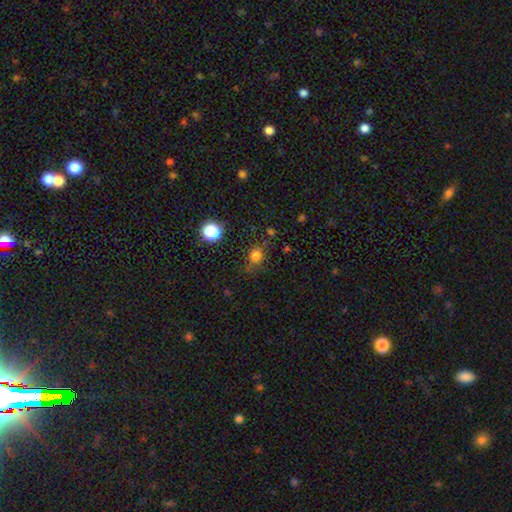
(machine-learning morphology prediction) Smooth or featured?
  - smooth: 76% *
  - star or artifact: 17%
  - featured or disk: 6%
How rounded?
  - round: 73% *
  - in between: 26%
  - cigar-shaped: 1%
Merging?
  - none: 72% *
  - minor disturbance: 18%
  - major disturbance: 7%
  - merger: 3%